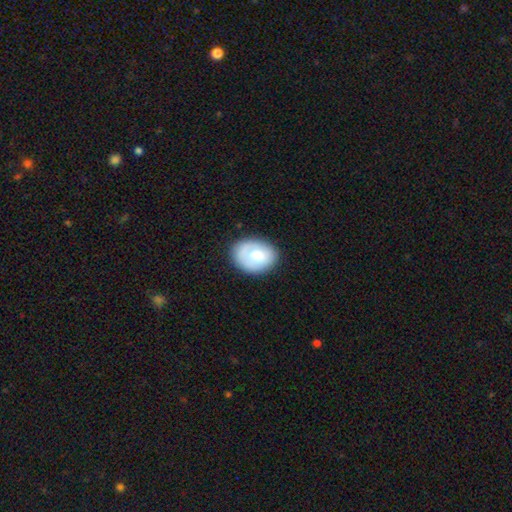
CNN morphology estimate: This appears to be a smooth galaxy with no disk features (66%) that is in between round and cigar-shaped (64%). Merging: none (76%).